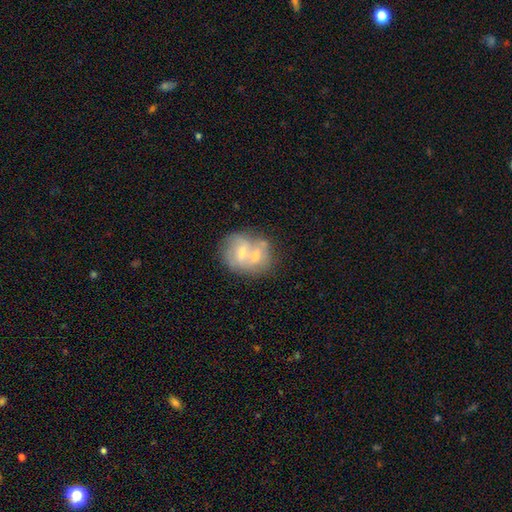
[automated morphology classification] smooth_or_featured: smooth (p=0.46) [tied with: featured or disk p=0.46]
merging: merger (p=0.64) [alt: none p=0.23]